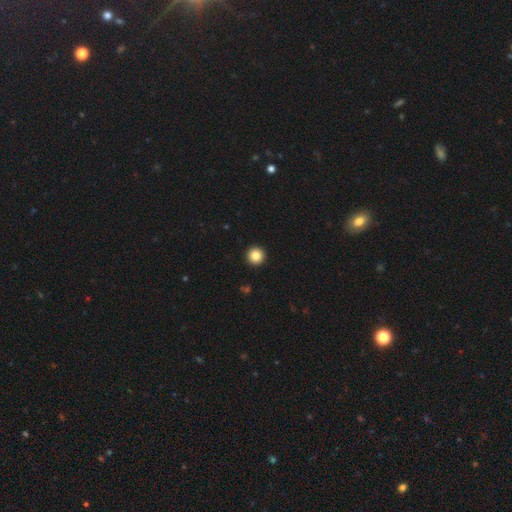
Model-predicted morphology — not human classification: Smooth or featured?
  - smooth: 85% *
  - star or artifact: 10%
  - featured or disk: 5%
How rounded?
  - round: 97% *
  - in between: 2%
  - cigar-shaped: 1%
Merging?
  - none: 94% *
  - minor disturbance: 3%
  - major disturbance: 1%
  - merger: 1%